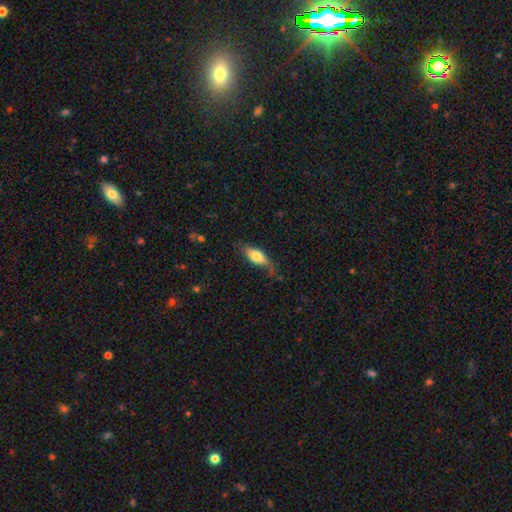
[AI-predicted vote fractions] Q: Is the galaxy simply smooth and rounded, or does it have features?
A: smooth — 71%.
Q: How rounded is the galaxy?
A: in between — 78%.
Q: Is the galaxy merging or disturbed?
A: none — 60%.